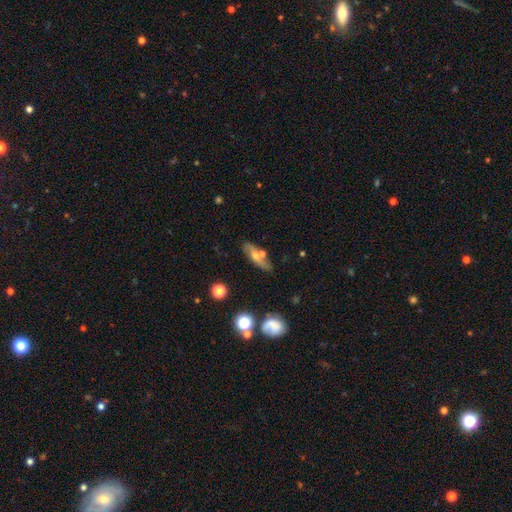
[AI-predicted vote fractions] This is possibly a featured or disk galaxy (49%). Merging: likely none (65%).